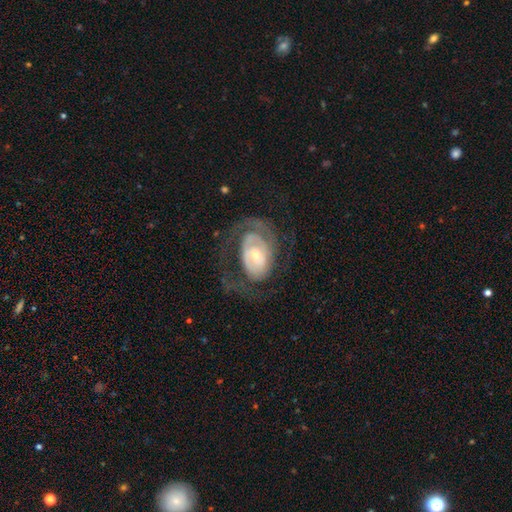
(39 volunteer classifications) A featured or disk galaxy (87%) with no bar (62%), 2 (38%) tight (41%) spiral arms (85%) and a small central bulge (53%). Merging: none (65%).